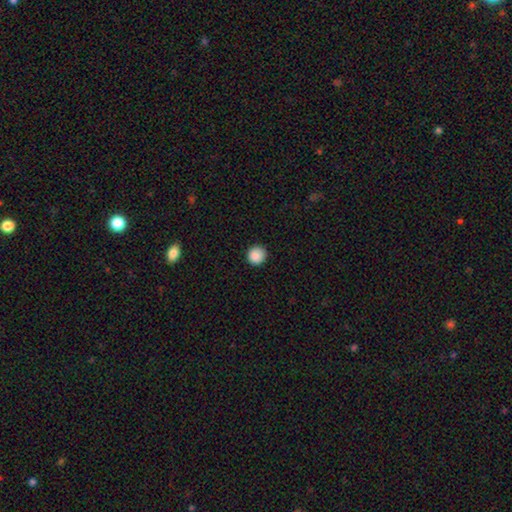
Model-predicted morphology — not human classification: smooth_or_featured: smooth (p=0.89) [alt: star or artifact p=0.09]
how_rounded: round (p=0.96) [alt: in between p=0.03]
merging: none (p=0.92) [alt: minor disturbance p=0.05]